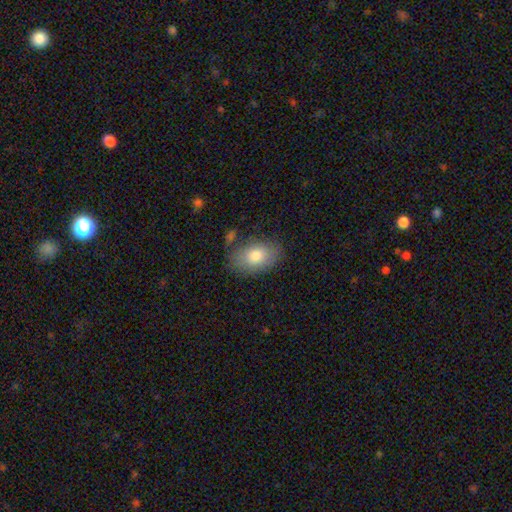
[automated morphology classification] type=smooth (79%); roundness=in between (88%); merging=none (75%).